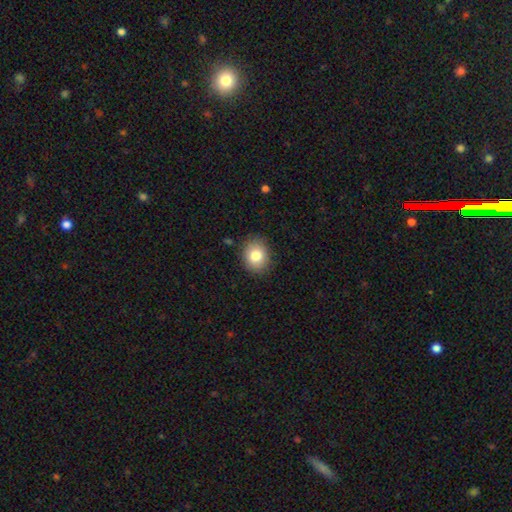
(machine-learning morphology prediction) Smooth or featured?
  - smooth: 82% *
  - featured or disk: 9%
  - star or artifact: 9%
How rounded?
  - in between: 51% *
  - round: 48%
  - cigar-shaped: 1%
Merging?
  - none: 86% *
  - minor disturbance: 10%
  - major disturbance: 2%
  - merger: 1%